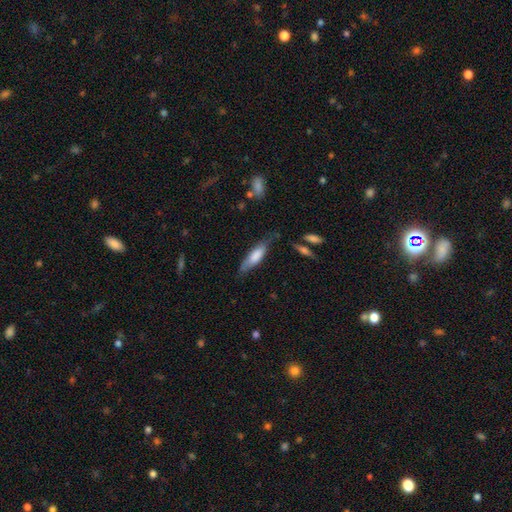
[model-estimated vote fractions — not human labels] Smooth or featured? Predicted: smooth (p=0.69). How rounded? Predicted: cigar-shaped (p=0.55). Merging? Predicted: none (p=0.61).